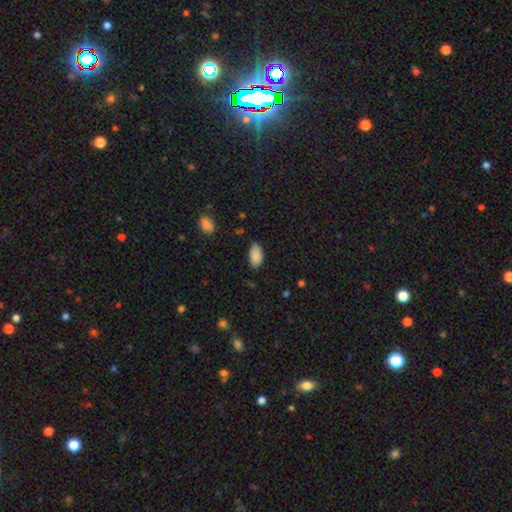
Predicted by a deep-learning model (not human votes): Morphology: type=smooth (89%); roundness=in between (95%); merging=none (78%).